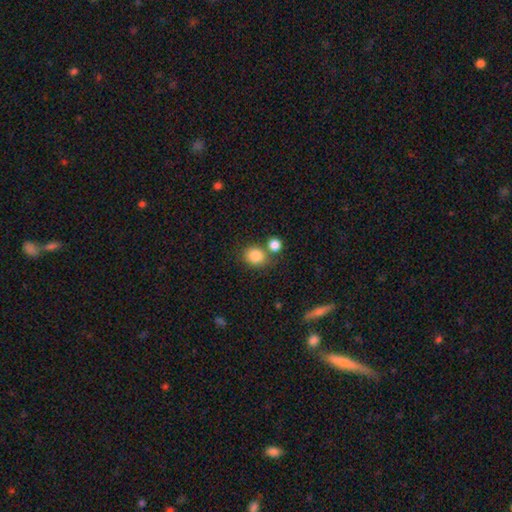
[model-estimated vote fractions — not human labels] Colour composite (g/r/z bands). It shows a smooth galaxy with no disk features (85%) that is round (71%). Merging: none (61%).